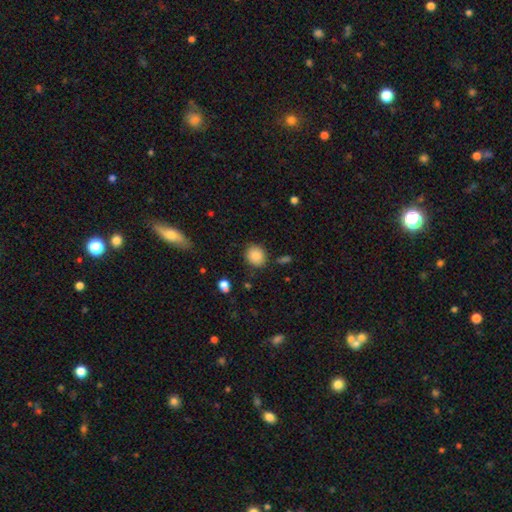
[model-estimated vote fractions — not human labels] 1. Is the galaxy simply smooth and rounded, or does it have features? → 85% smooth, 9% star or artifact, 6% featured or disk.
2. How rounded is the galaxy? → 70% round, 29% in between, 1% cigar-shaped.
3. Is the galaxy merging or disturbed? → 83% none, 12% minor disturbance, 3% major disturbance, 3% merger.